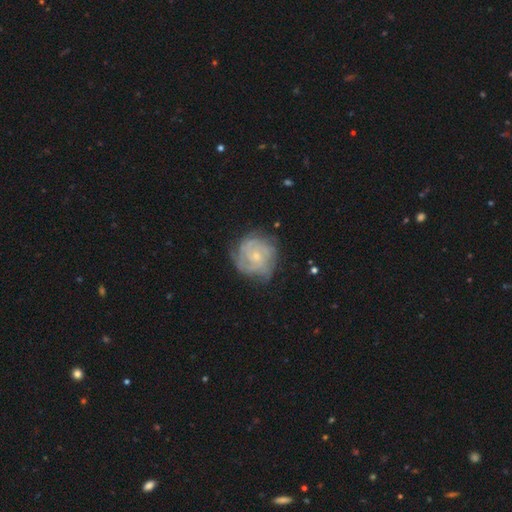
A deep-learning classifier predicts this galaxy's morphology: This is likely a featured or disk galaxy (79%). It is clearly not viewed edge-on (98%). Bar: likely no (72%). Spiral arm pattern: clearly yes (92%). Spiral arm count: marginally can't tell (39%). Spiral winding: likely tight (73%). Central bulge: likely small (68%). Merging: likely none (71%).